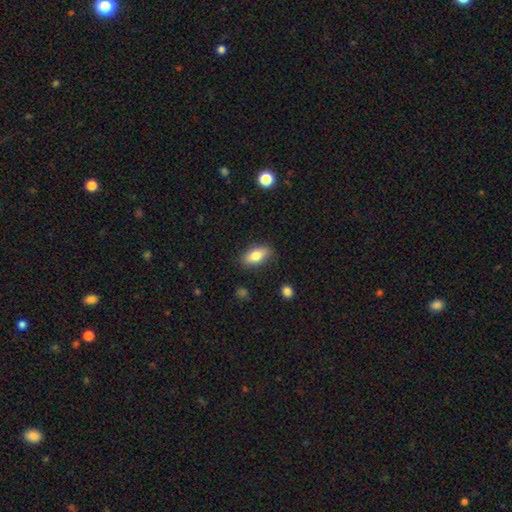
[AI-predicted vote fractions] Q: Smooth or featured?
A: smooth (80%); runner-up: featured or disk (13%)
Q: How rounded?
A: in between (85%); runner-up: cigar-shaped (11%)
Q: Merging?
A: none (85%); runner-up: minor disturbance (11%)